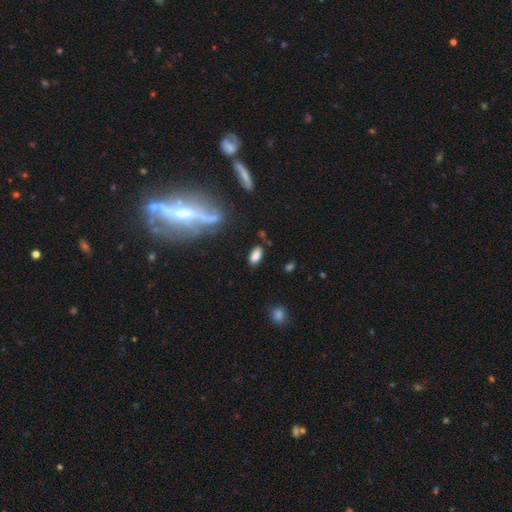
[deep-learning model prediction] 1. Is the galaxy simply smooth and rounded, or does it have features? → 83% smooth, 10% star or artifact, 7% featured or disk.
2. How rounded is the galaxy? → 91% in between, 5% round, 4% cigar-shaped.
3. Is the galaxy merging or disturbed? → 79% none, 14% minor disturbance, 4% major disturbance, 3% merger.